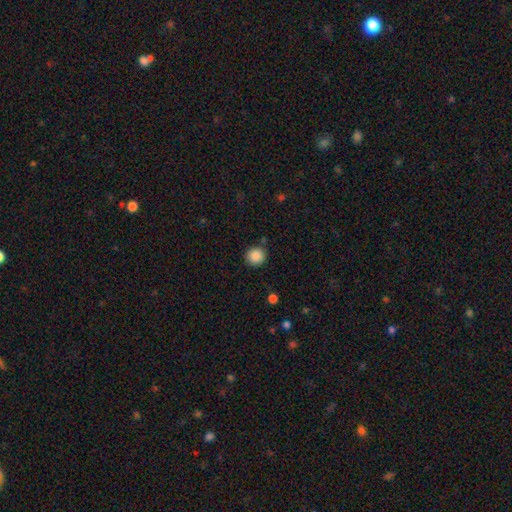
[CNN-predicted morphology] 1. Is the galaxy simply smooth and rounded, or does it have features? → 88% smooth, 9% star or artifact, 3% featured or disk.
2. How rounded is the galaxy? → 92% round, 7% in between, 1% cigar-shaped.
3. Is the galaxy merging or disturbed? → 86% none, 9% minor disturbance, 3% merger, 3% major disturbance.